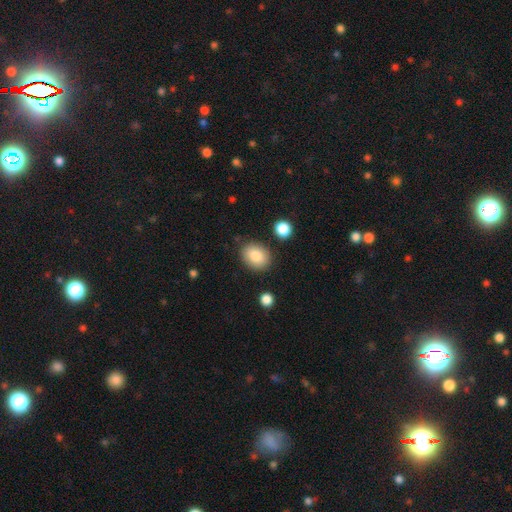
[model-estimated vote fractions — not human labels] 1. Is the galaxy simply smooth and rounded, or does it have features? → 84% smooth, 8% featured or disk, 8% star or artifact.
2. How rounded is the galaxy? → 64% in between, 35% round, 1% cigar-shaped.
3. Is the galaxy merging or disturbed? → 84% none, 10% minor disturbance, 3% merger, 3% major disturbance.